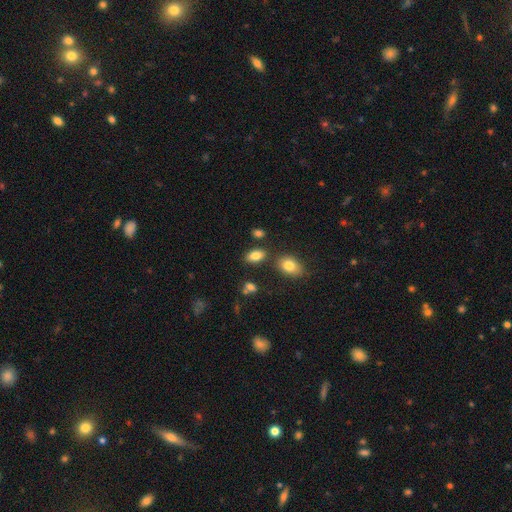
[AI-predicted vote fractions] This is clearly a smooth galaxy (83%). How rounded: clearly in between (91%). Merging: likely none (79%).